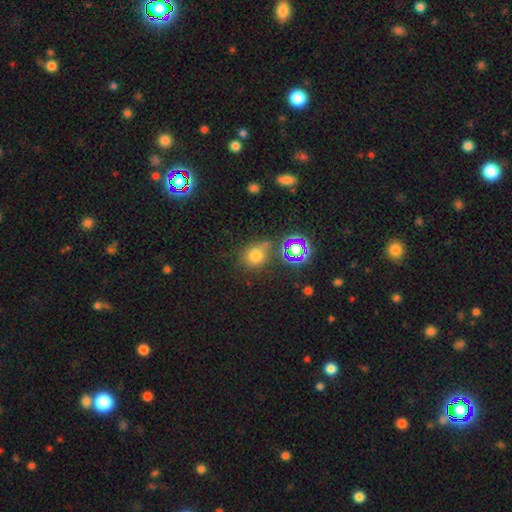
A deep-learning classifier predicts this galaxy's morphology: smooth 66%, star or artifact 25%, featured or disk 9%. Down the decision tree: how rounded — round (75%); merging — none (62%).